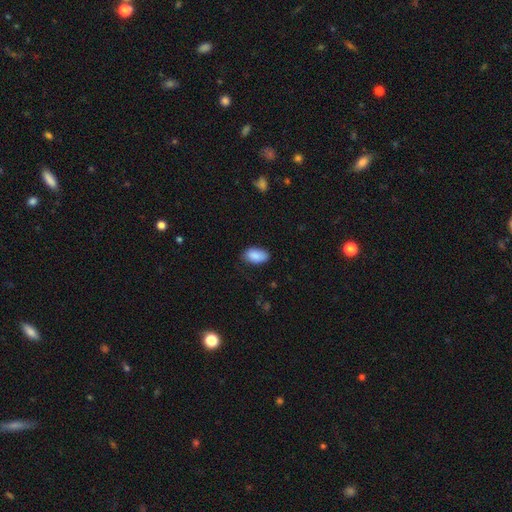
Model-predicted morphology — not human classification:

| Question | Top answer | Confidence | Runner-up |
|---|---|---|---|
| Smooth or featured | smooth | 88% | star or artifact (7%) |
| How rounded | in between | 94% | round (4%) |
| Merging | none | 78% | minor disturbance (18%) |